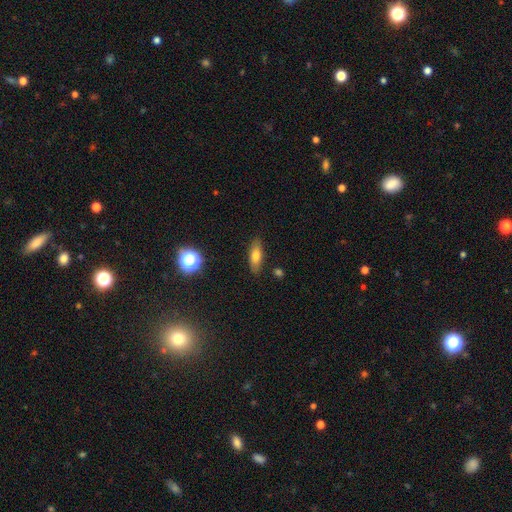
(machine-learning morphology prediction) A smooth galaxy with no disk features (73%) that is in between round and cigar-shaped (65%).

Vote fractions:
- Smooth or featured? smooth: 73% / featured or disk: 18% / star or artifact: 9%
- How rounded? in between: 65% / cigar-shaped: 30% / round: 5%
- Merging? none: 84% / minor disturbance: 11% / major disturbance: 3% / merger: 2%